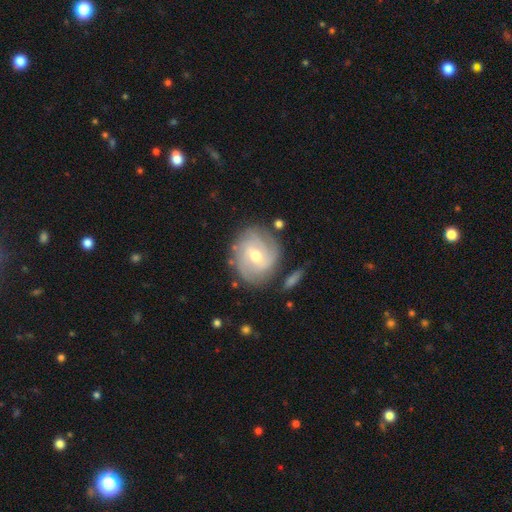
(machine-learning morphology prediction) A featured or disk galaxy (77%) with a weak bar (47%), tight (61%) spiral arms (92%) and a moderate central bulge (63%). Merging: none (76%).